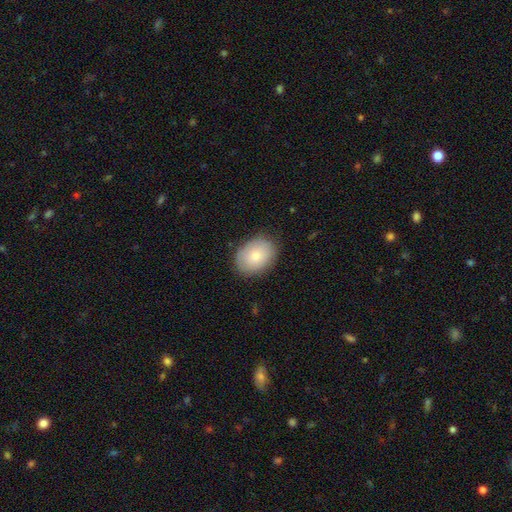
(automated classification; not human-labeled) A smooth galaxy with no disk features (77%) that is in between round and cigar-shaped (70%). Merging: none (82%).